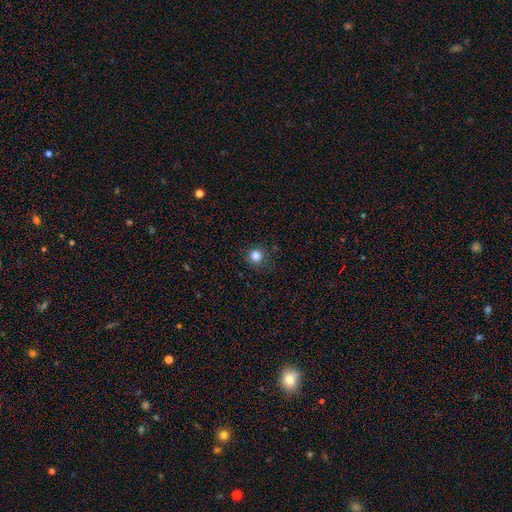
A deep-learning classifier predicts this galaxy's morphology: A smooth galaxy with no disk features (83%) that is round (95%). Merging: none (89%).